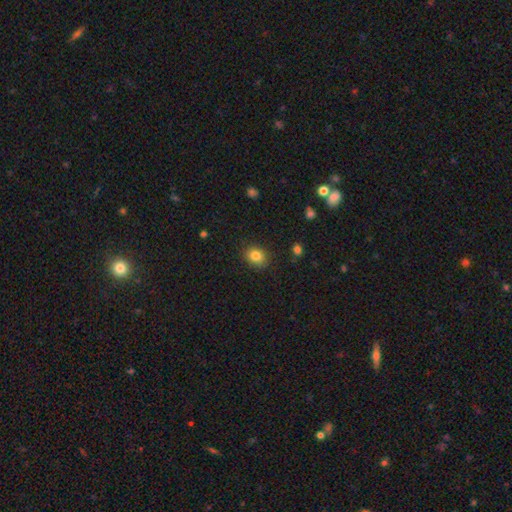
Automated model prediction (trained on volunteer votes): smooth 83%, star or artifact 11%, featured or disk 6%. Down the decision tree: how rounded — round (54%); merging — none (87%).